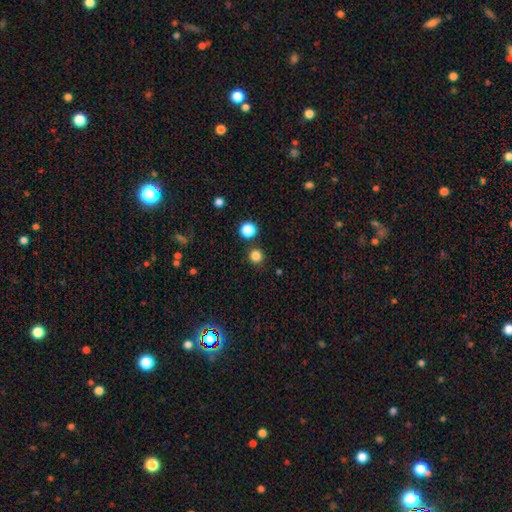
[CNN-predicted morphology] Smooth or featured?
  - smooth: 82% *
  - star or artifact: 15%
  - featured or disk: 4%
How rounded?
  - round: 95% *
  - in between: 4%
  - cigar-shaped: 1%
Merging?
  - none: 87% *
  - minor disturbance: 6%
  - merger: 6%
  - major disturbance: 2%